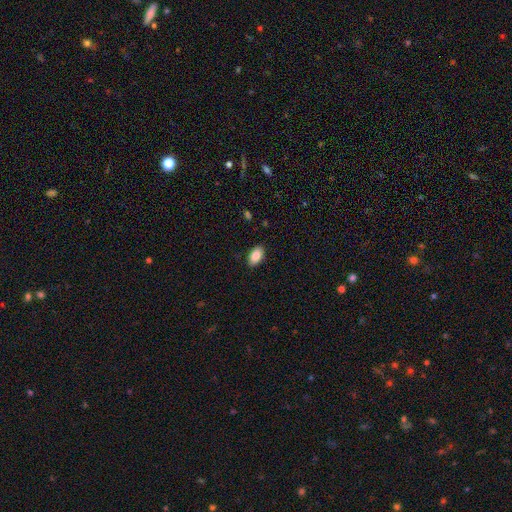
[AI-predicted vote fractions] Smooth or featured?
  - smooth: 86% *
  - star or artifact: 7%
  - featured or disk: 7%
How rounded?
  - in between: 93% *
  - round: 5%
  - cigar-shaped: 2%
Merging?
  - none: 88% *
  - minor disturbance: 9%
  - major disturbance: 2%
  - merger: 1%